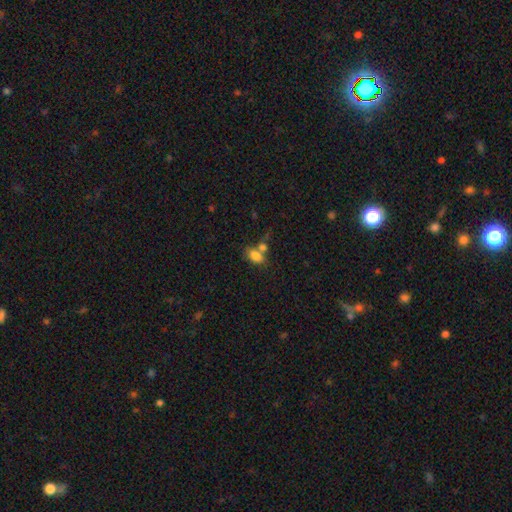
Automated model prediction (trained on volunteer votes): Q: Smooth or featured?
A: smooth (81%); runner-up: star or artifact (10%)
Q: How rounded?
A: in between (86%); runner-up: round (11%)
Q: Merging?
A: none (45%); runner-up: merger (38%)